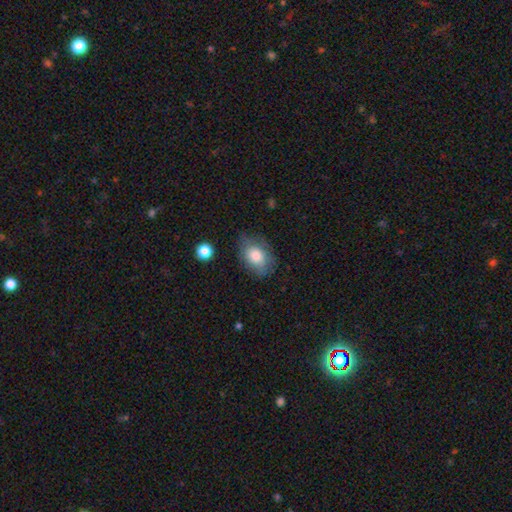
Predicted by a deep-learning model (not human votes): Q: Smooth or featured?
A: smooth (76%); runner-up: featured or disk (16%)
Q: How rounded?
A: in between (81%); runner-up: round (18%)
Q: Merging?
A: none (66%); runner-up: minor disturbance (24%)